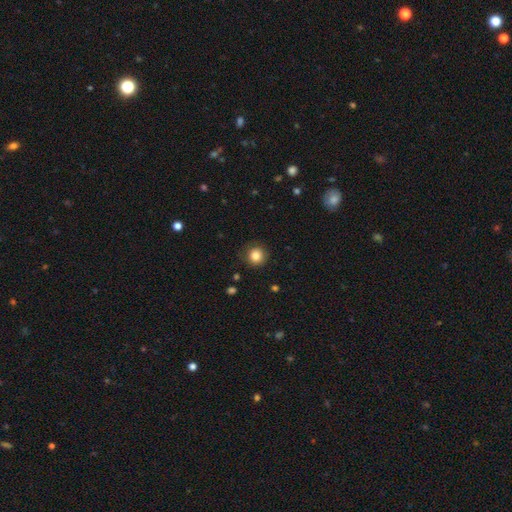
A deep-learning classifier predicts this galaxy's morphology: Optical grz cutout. It shows a smooth galaxy with no disk features (84%) that is round (92%). Merging: none (86%).